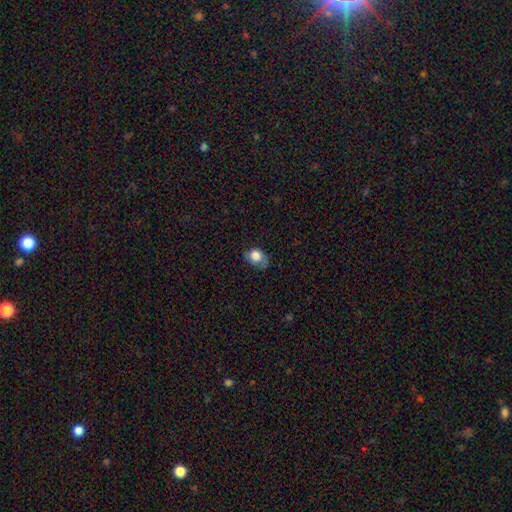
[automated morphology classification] Smooth or featured? Predicted: smooth (p=0.78). How rounded? Predicted: in between (p=0.61). Merging? Predicted: none (p=0.55).